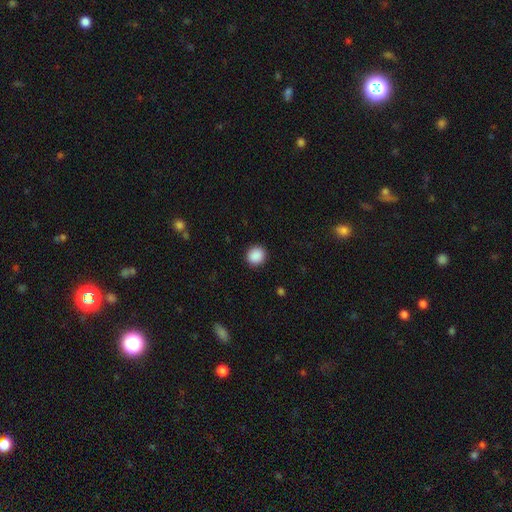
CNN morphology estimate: The model was most divided on "how rounded": round: 88%, in between: 11%, cigar-shaped: 1%. More confident: merging — none (91%); smooth or featured — smooth (89%).